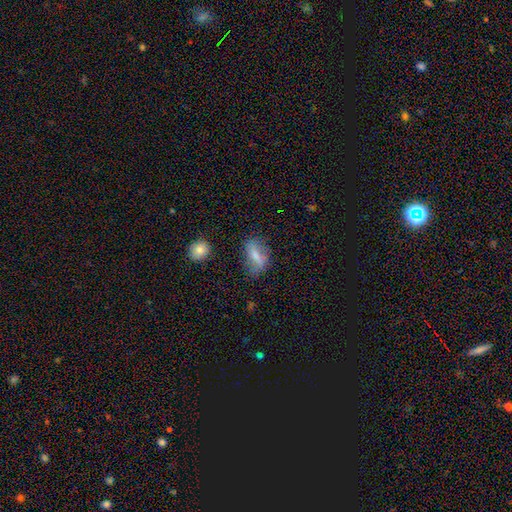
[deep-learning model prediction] This appears to be a smooth galaxy with no disk features (59%) that is in between round and cigar-shaped (80%). Merging: none (66%).